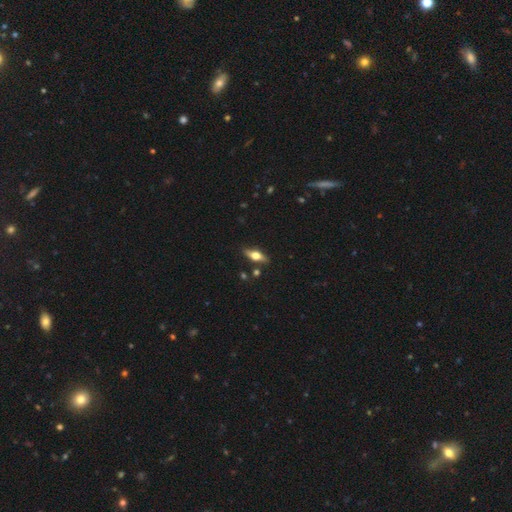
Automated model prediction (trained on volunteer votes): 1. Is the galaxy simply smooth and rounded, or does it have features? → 49% featured or disk, 44% smooth, 7% star or artifact.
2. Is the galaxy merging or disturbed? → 83% none, 12% minor disturbance, 3% merger, 3% major disturbance.